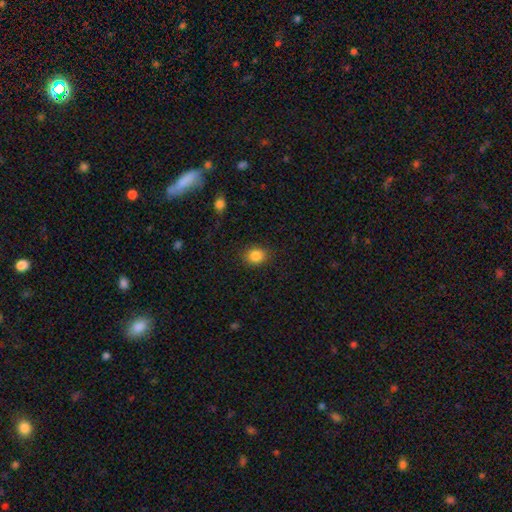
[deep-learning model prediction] smooth_or_featured: smooth (p=0.85) [alt: star or artifact p=0.10]
how_rounded: round (p=0.60) [alt: in between p=0.40]
merging: none (p=0.87) [alt: minor disturbance p=0.09]